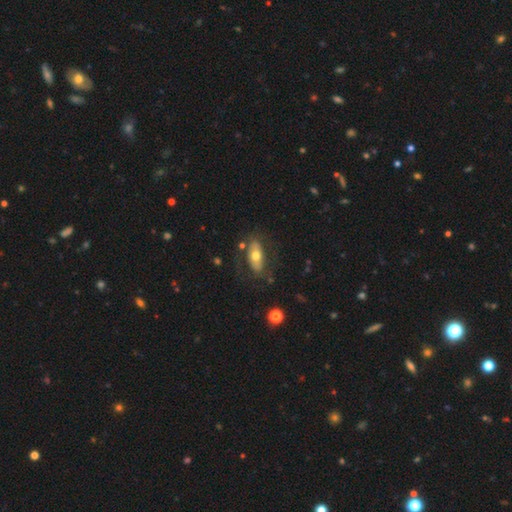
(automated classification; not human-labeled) Smooth or featured? Predicted: smooth (p=0.55). How rounded? Predicted: in between (p=0.86). Merging? Predicted: none (p=0.69).